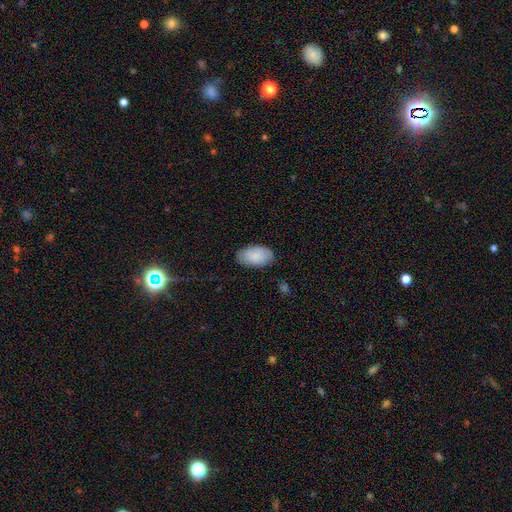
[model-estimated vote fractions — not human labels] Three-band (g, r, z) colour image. It shows a smooth galaxy with no disk features (87%) that is in between round and cigar-shaped (95%). Merging: none (82%).